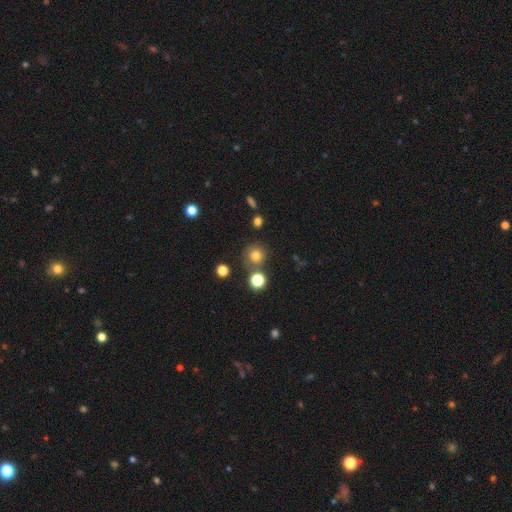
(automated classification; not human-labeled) This appears to be a smooth galaxy with no disk features (74%) that is round (91%). Merging: none (75%).